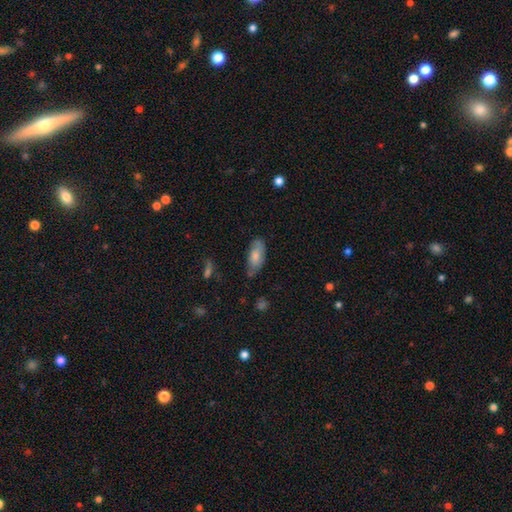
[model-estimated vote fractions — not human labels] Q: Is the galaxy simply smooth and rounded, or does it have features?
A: smooth — 74%.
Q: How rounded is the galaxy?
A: in between — 84%.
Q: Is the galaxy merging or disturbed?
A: none — 64%.